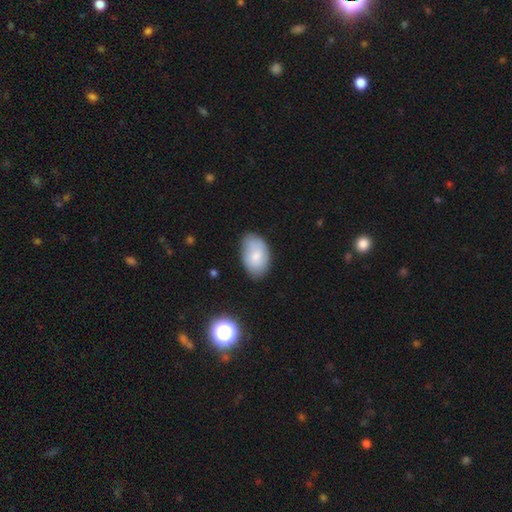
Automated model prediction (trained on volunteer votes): Smooth or featured: smooth — 76% (featured or disk — 17%)
How rounded: in between — 92% (round — 7%)
Merging: none — 70% (minor disturbance — 22%)